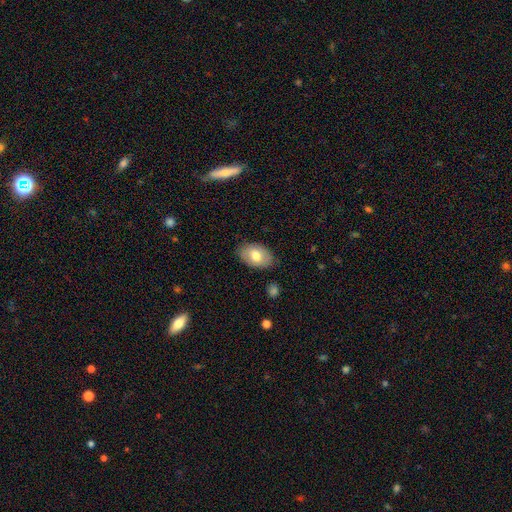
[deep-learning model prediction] Smooth or featured? Predicted: smooth (p=0.73). How rounded? Predicted: in between (p=0.89). Merging? Predicted: none (p=0.82).